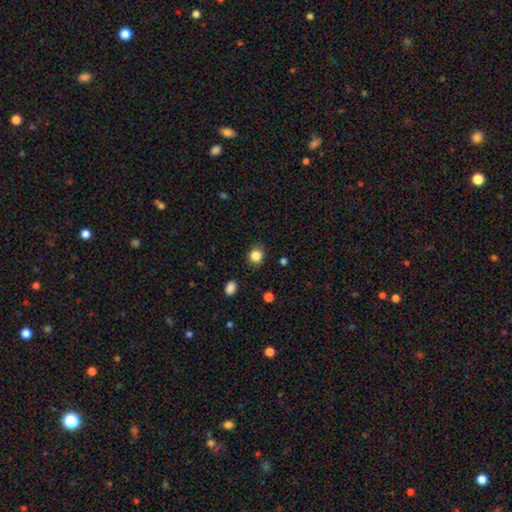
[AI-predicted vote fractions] Q: Smooth or featured?
A: smooth (85%); runner-up: star or artifact (11%)
Q: How rounded?
A: round (81%); runner-up: in between (18%)
Q: Merging?
A: none (88%); runner-up: minor disturbance (8%)